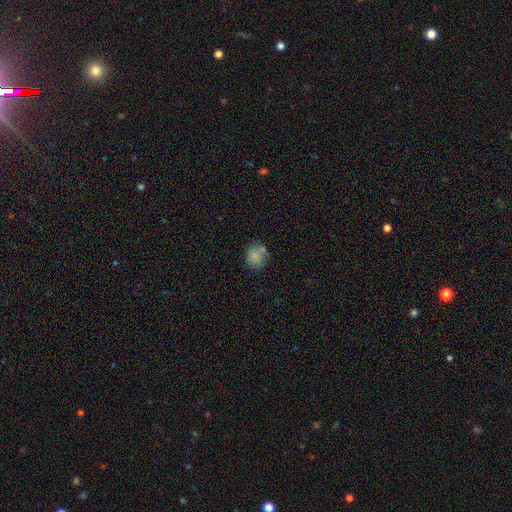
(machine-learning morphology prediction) type=smooth (80%); roundness=round (69%); merging=none (62%).